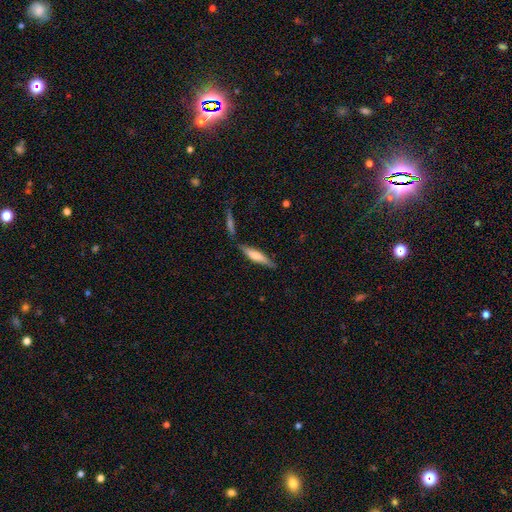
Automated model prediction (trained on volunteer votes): Smooth or featured? smooth (60%)
How rounded? cigar-shaped (82%)
Merging? none (73%)